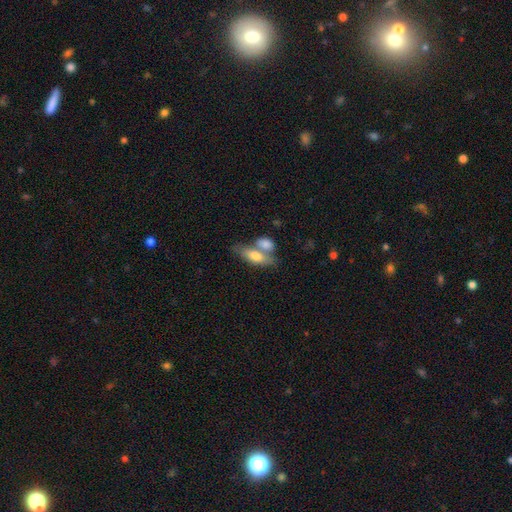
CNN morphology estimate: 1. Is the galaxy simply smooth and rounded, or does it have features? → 72% smooth, 22% featured or disk, 6% star or artifact.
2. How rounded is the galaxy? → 76% in between, 20% cigar-shaped, 5% round.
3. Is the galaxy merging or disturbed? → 53% merger, 33% none, 10% minor disturbance, 4% major disturbance.